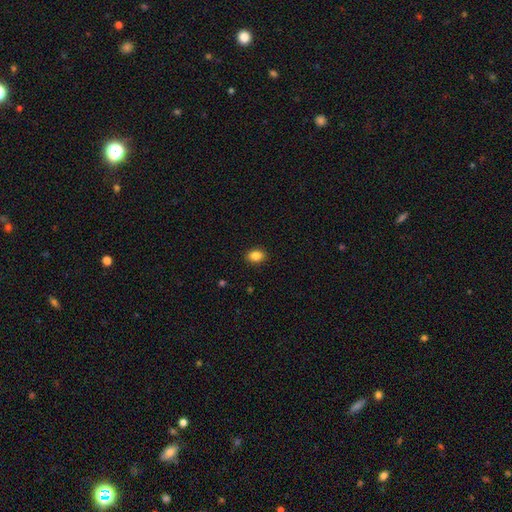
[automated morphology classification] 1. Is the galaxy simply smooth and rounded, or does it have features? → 86% smooth, 9% star or artifact, 5% featured or disk.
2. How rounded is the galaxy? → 68% in between, 31% round, 1% cigar-shaped.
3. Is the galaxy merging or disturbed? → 90% none, 7% minor disturbance, 2% major disturbance, 1% merger.